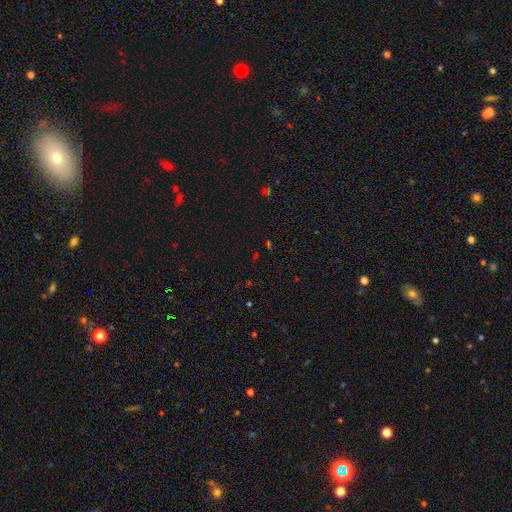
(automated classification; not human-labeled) Smooth or featured? star or artifact (60%)